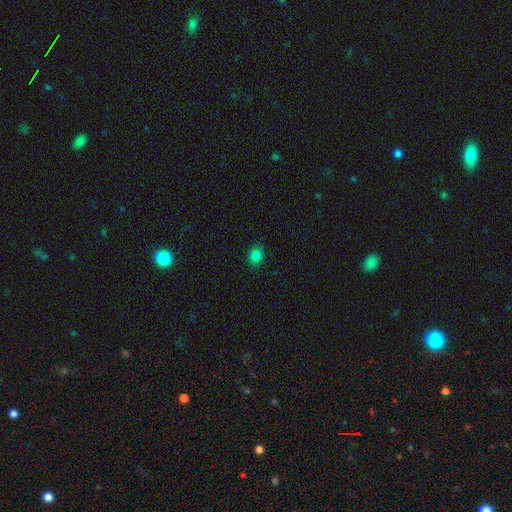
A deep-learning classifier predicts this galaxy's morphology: type=smooth (81%); roundness=round (69%); merging=none (89%).